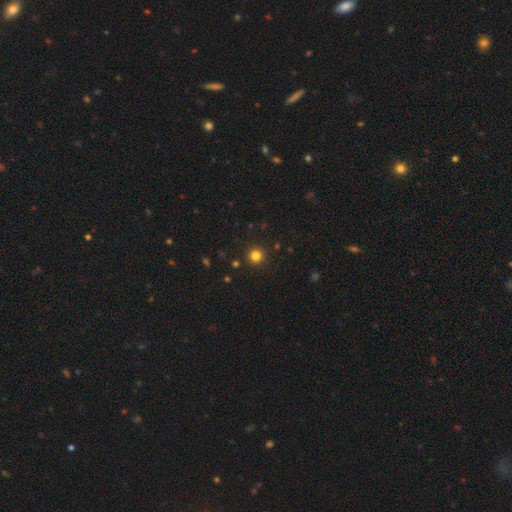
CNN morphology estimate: type=smooth (81%); roundness=round (95%); merging=none (92%).